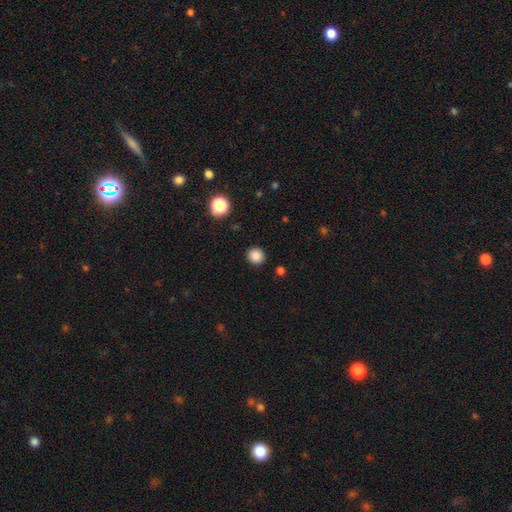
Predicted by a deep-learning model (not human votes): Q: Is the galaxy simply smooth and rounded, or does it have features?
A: smooth — 85%.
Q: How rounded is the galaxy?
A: round — 93%.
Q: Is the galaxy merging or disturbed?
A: none — 91%.